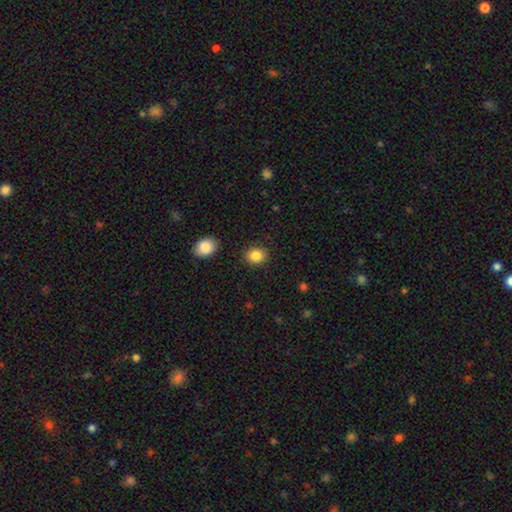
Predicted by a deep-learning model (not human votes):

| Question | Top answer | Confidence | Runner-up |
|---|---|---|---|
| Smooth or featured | smooth | 86% | star or artifact (9%) |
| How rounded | round | 63% | in between (36%) |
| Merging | none | 88% | minor disturbance (8%) |